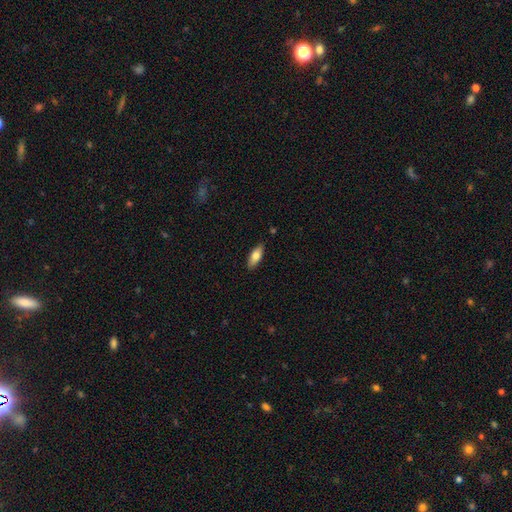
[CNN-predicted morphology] type=smooth (74%); roundness=in between (75%); merging=none (86%).